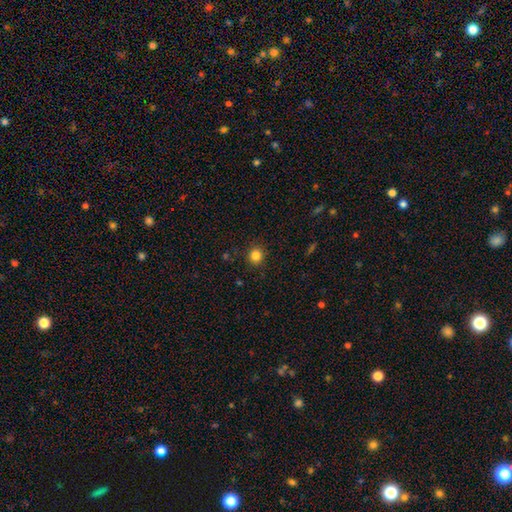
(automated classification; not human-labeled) Overall: smooth (84%). How rounded: round (89%). Merging: none (90%).